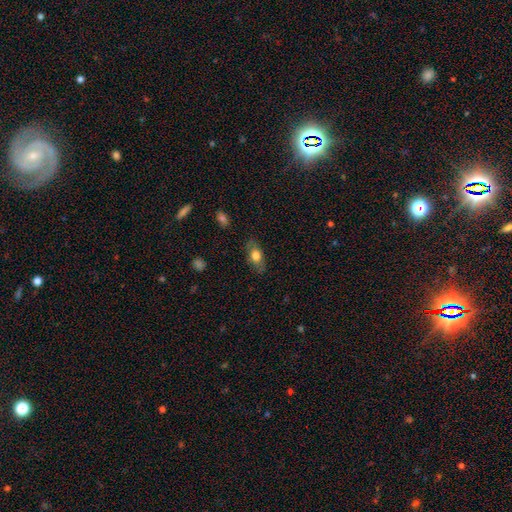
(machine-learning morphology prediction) This appears to be a smooth galaxy with no disk features (70%) that is in between round and cigar-shaped (84%). Merging: none (80%).